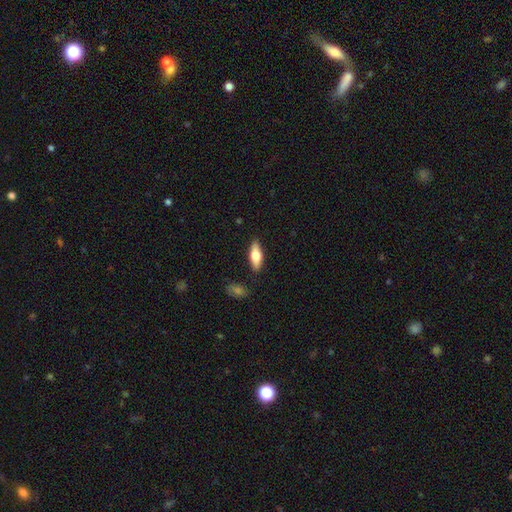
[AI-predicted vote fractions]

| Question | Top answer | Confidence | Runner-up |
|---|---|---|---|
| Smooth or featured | smooth | 64% | featured or disk (30%) |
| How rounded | in between | 67% | cigar-shaped (31%) |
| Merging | none | 86% | minor disturbance (10%) |